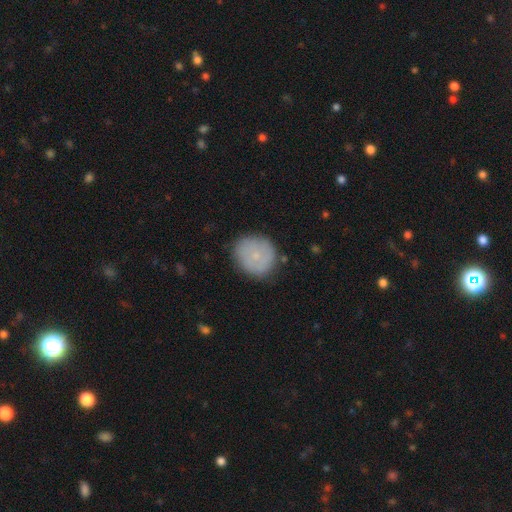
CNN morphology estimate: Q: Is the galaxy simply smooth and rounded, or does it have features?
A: smooth — 66%.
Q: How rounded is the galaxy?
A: round — 87%.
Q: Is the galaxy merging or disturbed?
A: none — 79%.